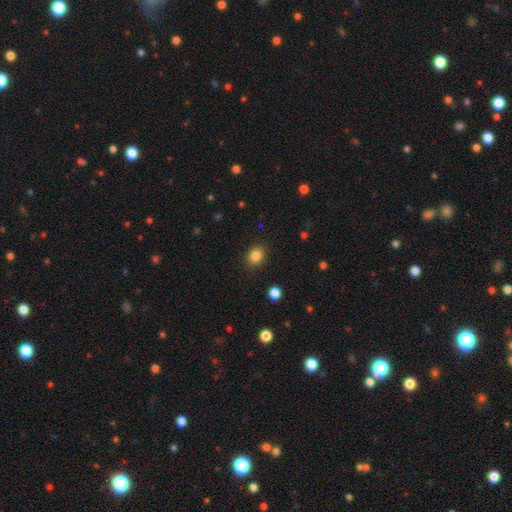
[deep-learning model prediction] smooth 84%, star or artifact 11%, featured or disk 5%. Down the decision tree: how rounded — in between (51%); merging — none (88%).